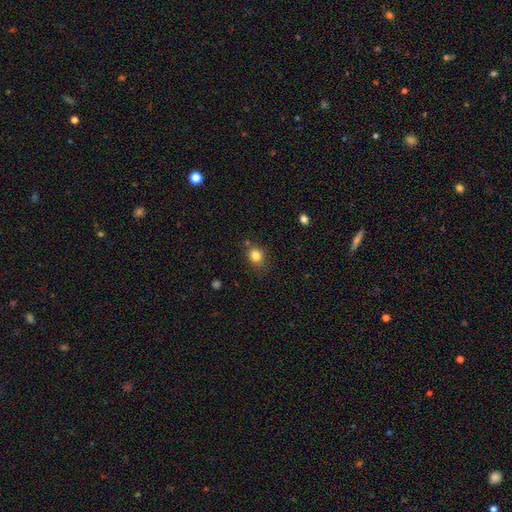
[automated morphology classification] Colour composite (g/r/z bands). It shows a smooth galaxy with no disk features (82%) that is round (70%). Merging: none (75%).